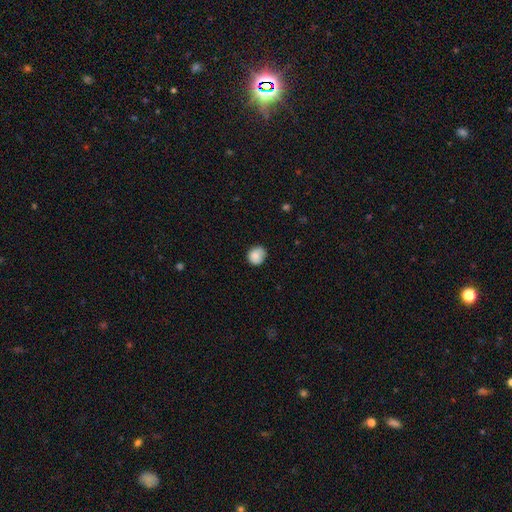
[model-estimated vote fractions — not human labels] The model was most divided on "merging": none: 75%, minor disturbance: 21%, major disturbance: 3%, merger: 1%. More confident: smooth or featured — smooth (86%); how rounded — round (80%).